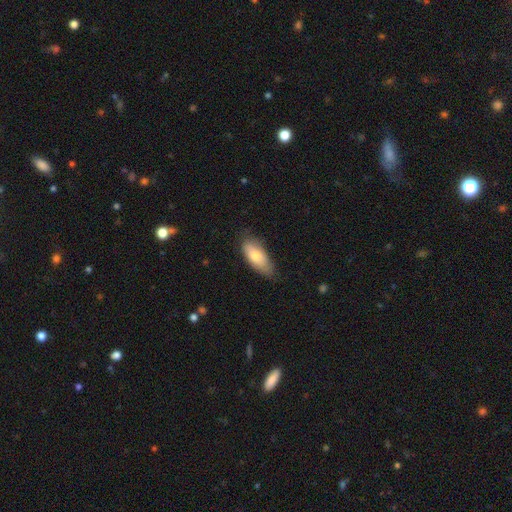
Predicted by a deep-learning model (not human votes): This appears to be a smooth galaxy with no disk features (75%) that is in between round and cigar-shaped (83%). Merging: none (67%).